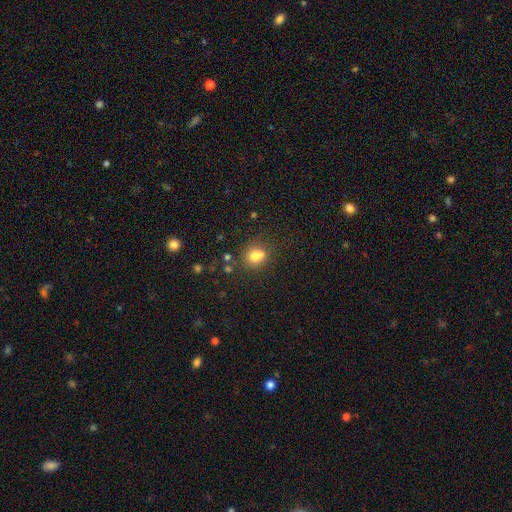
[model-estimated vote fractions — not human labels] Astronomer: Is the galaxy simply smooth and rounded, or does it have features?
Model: smooth — 74%.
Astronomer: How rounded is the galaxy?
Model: round — 73%.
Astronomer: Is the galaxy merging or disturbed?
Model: none — 49% (runner-up: merger, 33%).